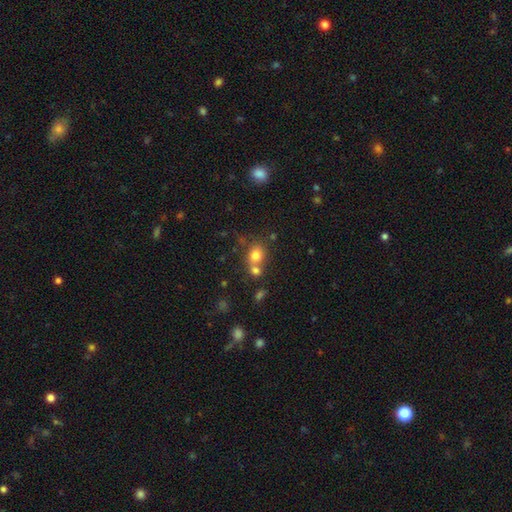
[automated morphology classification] Smooth or featured?
  - smooth: 76% *
  - star or artifact: 13%
  - featured or disk: 12%
How rounded?
  - round: 63% *
  - in between: 36%
  - cigar-shaped: 1%
Merging?
  - none: 46% *
  - merger: 41%
  - minor disturbance: 9%
  - major disturbance: 4%